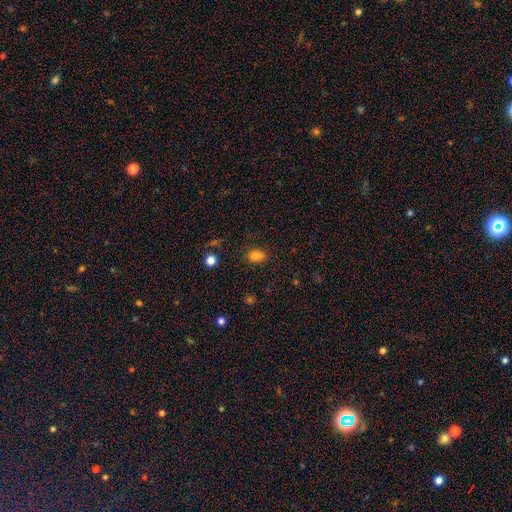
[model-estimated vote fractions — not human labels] This appears to be a smooth galaxy with no disk features (79%) that is in between round and cigar-shaped (75%). Merging: none (75%).